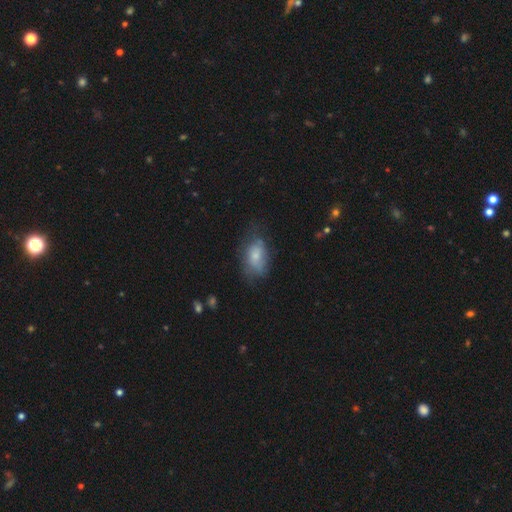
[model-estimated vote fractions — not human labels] Smooth or featured? smooth (70%)
How rounded? in between (87%)
Merging? none (48%)